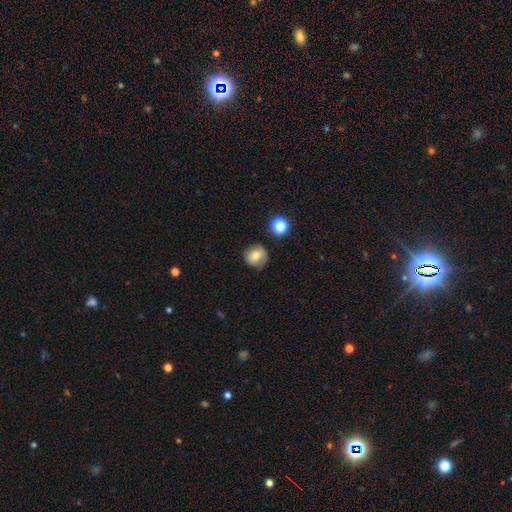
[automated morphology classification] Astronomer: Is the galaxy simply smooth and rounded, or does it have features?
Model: smooth — 71%.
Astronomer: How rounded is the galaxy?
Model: round — 86%.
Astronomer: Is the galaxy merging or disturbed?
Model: none — 75%.